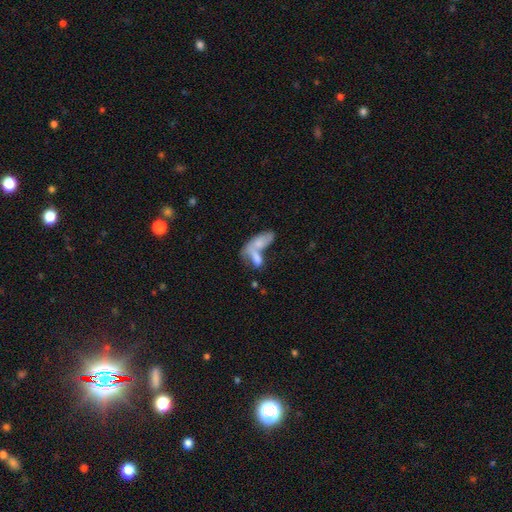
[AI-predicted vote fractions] Smooth or featured: smooth — 59% (featured or disk — 30%)
How rounded: in between — 74% (cigar-shaped — 20%)
Merging: merger — 62% (none — 22%)